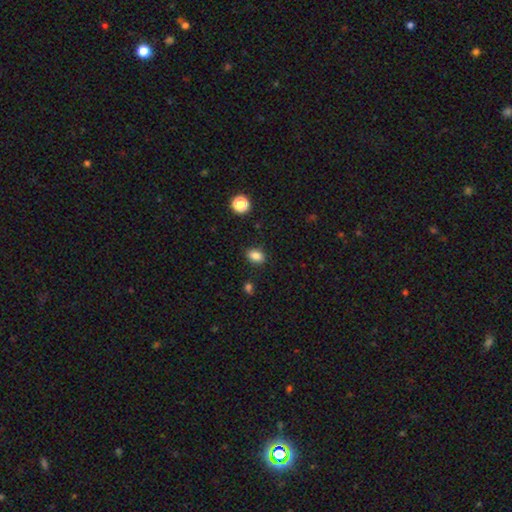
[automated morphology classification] Smooth or featured? smooth (84%)
How rounded? in between (72%)
Merging? none (87%)